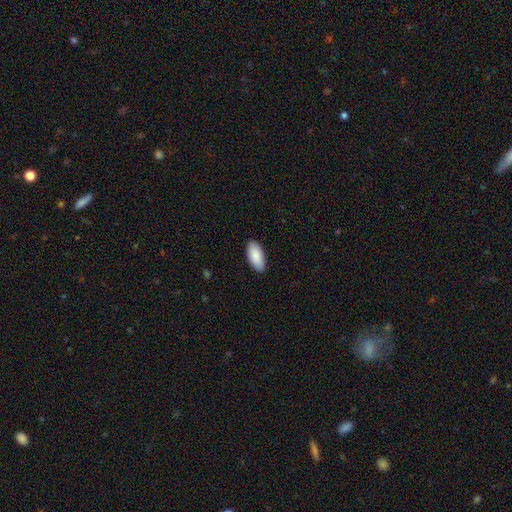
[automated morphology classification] Smooth or featured?
  - smooth: 88% *
  - featured or disk: 6%
  - star or artifact: 6%
How rounded?
  - in between: 91% *
  - cigar-shaped: 8%
  - round: 2%
Merging?
  - none: 88% *
  - minor disturbance: 9%
  - major disturbance: 2%
  - merger: 1%